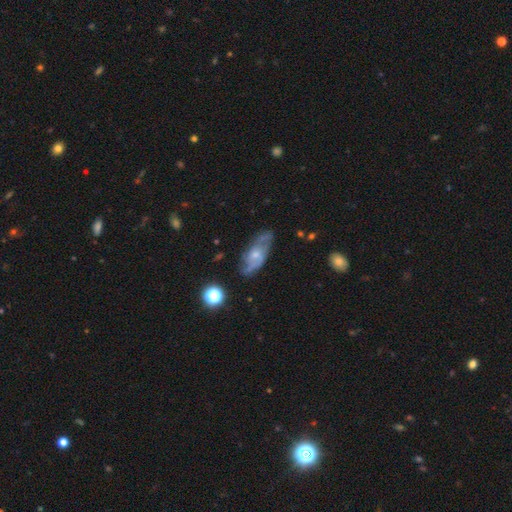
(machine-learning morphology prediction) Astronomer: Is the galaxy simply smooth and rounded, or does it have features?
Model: featured or disk — 71%.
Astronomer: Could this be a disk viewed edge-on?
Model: no — 91%.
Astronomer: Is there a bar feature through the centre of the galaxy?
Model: no — 68%.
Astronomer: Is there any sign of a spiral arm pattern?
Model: yes — 84%.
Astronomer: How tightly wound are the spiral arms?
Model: medium — 47% (runner-up: tight, 28%).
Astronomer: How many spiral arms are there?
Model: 2 — 61%.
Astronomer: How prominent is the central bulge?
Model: small — 52% (runner-up: moderate, 38%).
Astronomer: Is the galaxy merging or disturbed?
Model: none — 65%.